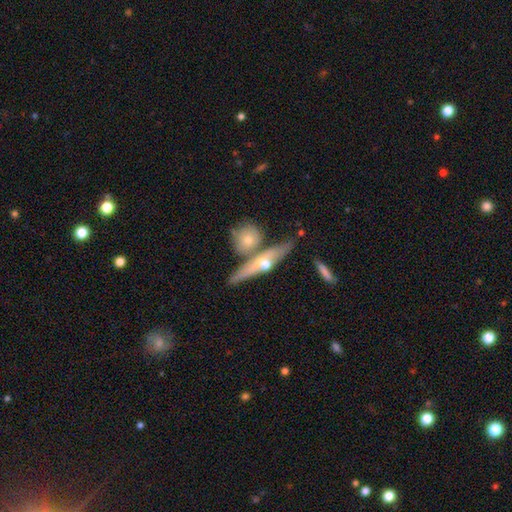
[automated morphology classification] type=featured or disk (68%); edge-on=yes (87%); edge-on bulge=rounded (89%); merging=none (59%).